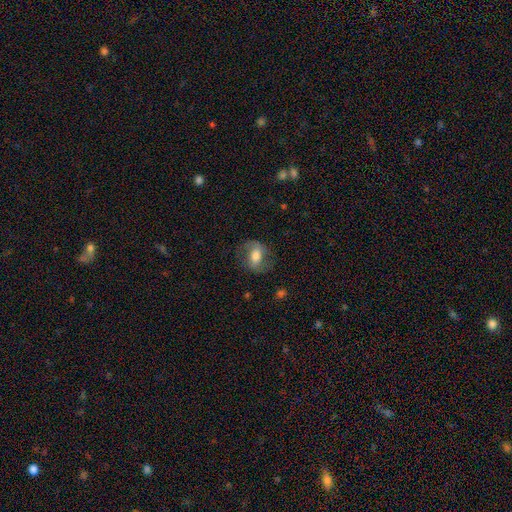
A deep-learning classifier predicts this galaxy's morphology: smooth 47%, featured or disk 45%, star or artifact 8%. Down the decision tree: merging — none (69%).